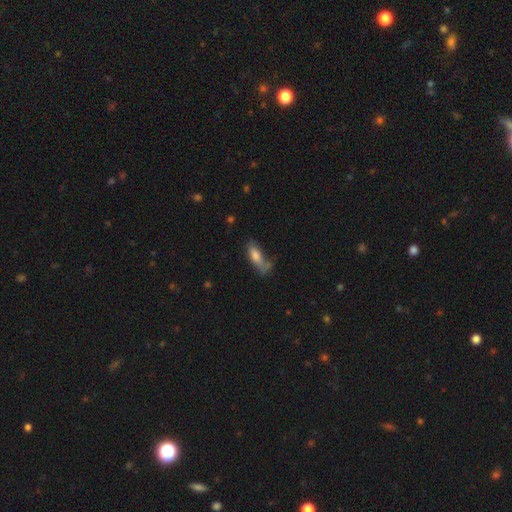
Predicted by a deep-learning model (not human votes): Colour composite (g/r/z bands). It shows a smooth galaxy with no disk features (71%) that is in between round and cigar-shaped (56%). Merging: none (40%).